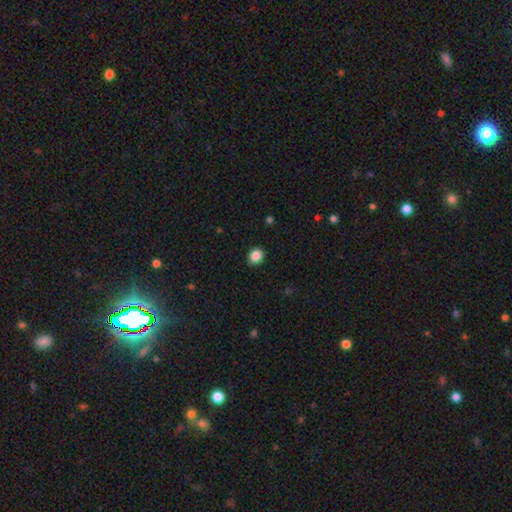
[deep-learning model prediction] This appears to be a smooth galaxy with no disk features (87%) that is round (61%). Merging: none (87%).